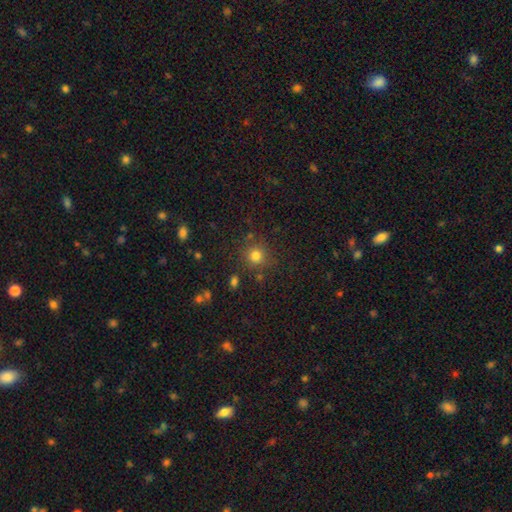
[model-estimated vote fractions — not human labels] This appears to be a smooth galaxy with no disk features (79%) that is round (91%). Merging: none (82%).